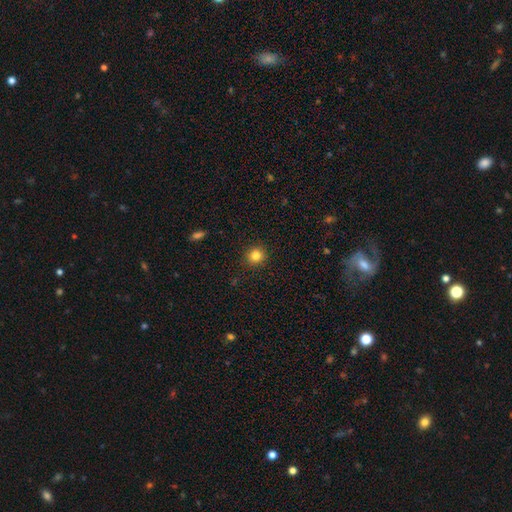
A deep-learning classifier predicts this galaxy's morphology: type=smooth (83%); roundness=round (90%); merging=none (91%).